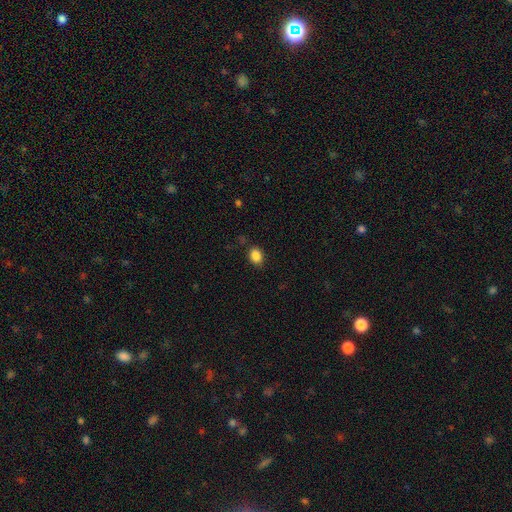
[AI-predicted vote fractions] The model was most divided on "how rounded": in between: 59%, round: 40%, cigar-shaped: 1%. More confident: smooth or featured — smooth (86%); merging — none (84%).